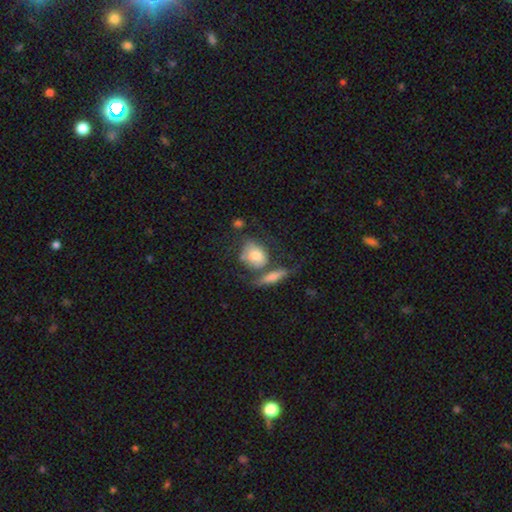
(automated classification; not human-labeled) A smooth galaxy with no disk features (69%) that is in between round and cigar-shaped (50%). Merging: none (36%).